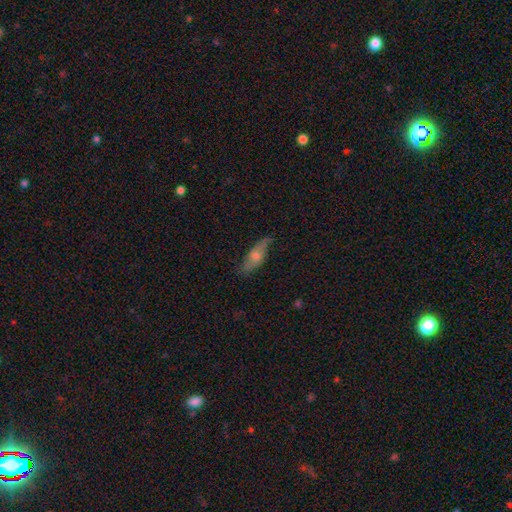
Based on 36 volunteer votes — This is likely a featured or disk galaxy (78%). It is possibly viewed edge-on (54%). Edge-on bulge: clearly rounded (100%). Merging: likely none (69%).